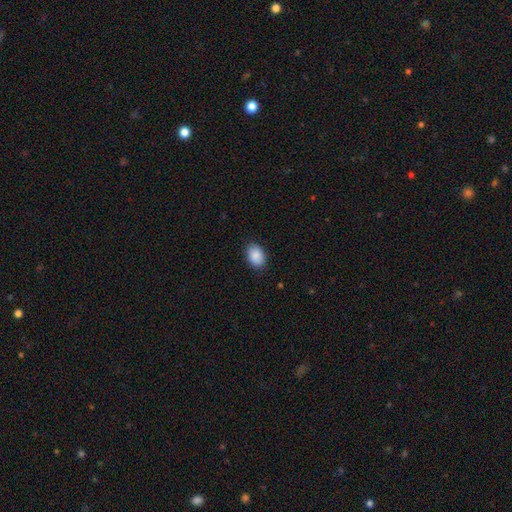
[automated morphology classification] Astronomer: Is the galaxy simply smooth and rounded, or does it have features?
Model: smooth — 90%.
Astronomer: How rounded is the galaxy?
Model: in between — 80%.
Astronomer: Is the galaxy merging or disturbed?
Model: none — 88%.